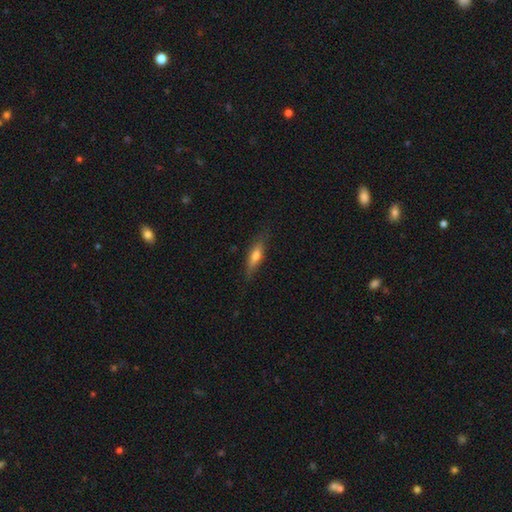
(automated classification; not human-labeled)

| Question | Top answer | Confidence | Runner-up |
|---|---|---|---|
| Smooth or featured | smooth | 61% | featured or disk (32%) |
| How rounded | cigar-shaped | 61% | in between (36%) |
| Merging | none | 79% | minor disturbance (16%) |